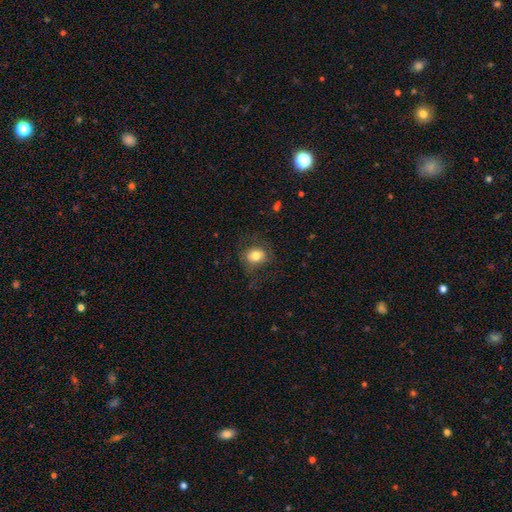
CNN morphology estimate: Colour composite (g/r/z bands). It shows a smooth galaxy with no disk features (75%) that is in between round and cigar-shaped (50%). Merging: none (69%).